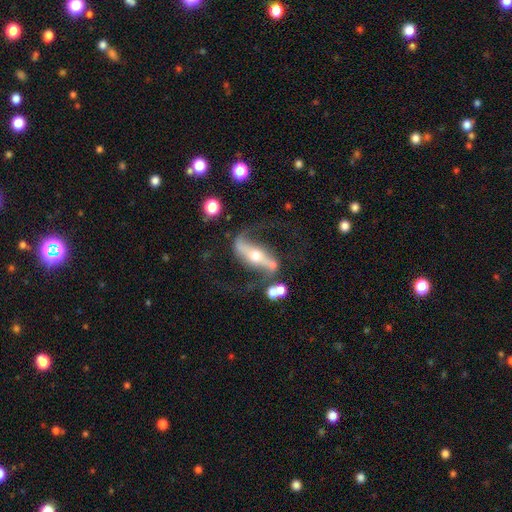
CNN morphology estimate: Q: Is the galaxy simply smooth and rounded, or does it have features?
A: featured or disk — 86%.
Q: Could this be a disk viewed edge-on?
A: no — 76%.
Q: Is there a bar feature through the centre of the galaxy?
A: strong — 68%.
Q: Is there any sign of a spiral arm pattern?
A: yes — 91%.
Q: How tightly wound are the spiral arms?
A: loose — 74%.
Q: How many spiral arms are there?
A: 2 — 91%.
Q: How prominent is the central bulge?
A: moderate — 58%.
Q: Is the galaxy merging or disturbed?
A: none — 60%.